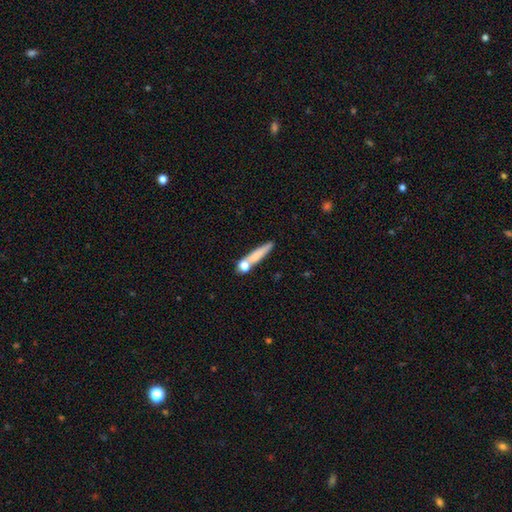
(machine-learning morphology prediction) This is likely a smooth galaxy (67%). How rounded: likely cigar-shaped (80%). Merging: possibly none (60%).